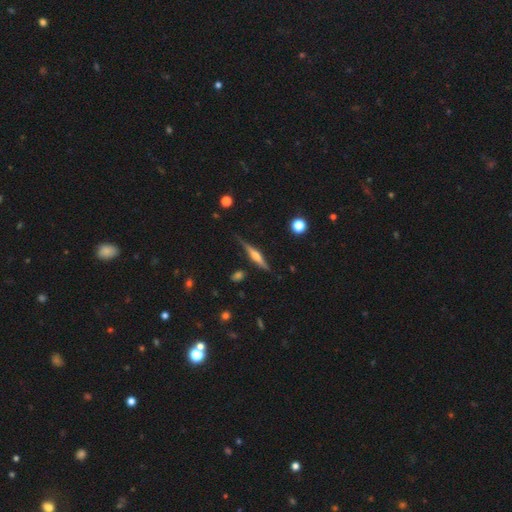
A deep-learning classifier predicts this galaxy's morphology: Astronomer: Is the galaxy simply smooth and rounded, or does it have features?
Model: featured or disk — 73%.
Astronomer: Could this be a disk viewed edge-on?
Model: yes — 97%.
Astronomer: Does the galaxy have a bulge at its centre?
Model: rounded — 84%.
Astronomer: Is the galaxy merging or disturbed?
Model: none — 82%.